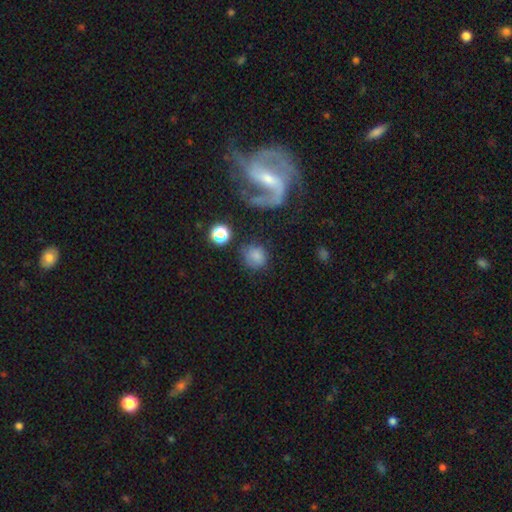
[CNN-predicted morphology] smooth-or-featured: smooth: 73% | star or artifact: 15% | featured or disk: 12%
  how-rounded: round: 80% | in between: 19% | cigar-shaped: 1%
  merging: none: 67% | minor disturbance: 16% | major disturbance: 10% | merger: 7%